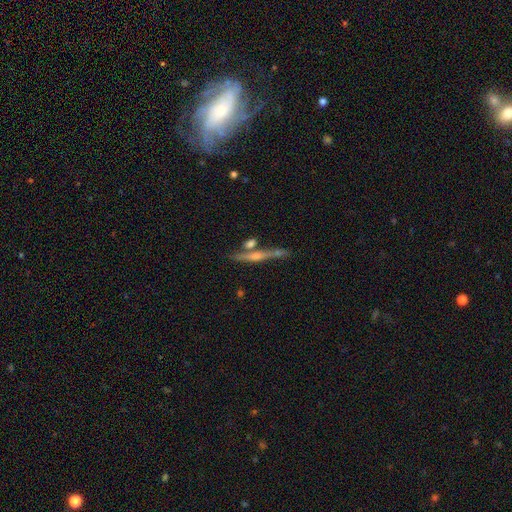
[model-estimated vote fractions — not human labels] The model was most divided on "edge-on bulge": rounded: 64%, none: 24%, boxy: 12%. More confident: edge-on disk — yes (95%); merging — none (70%); smooth or featured — featured or disk (67%).